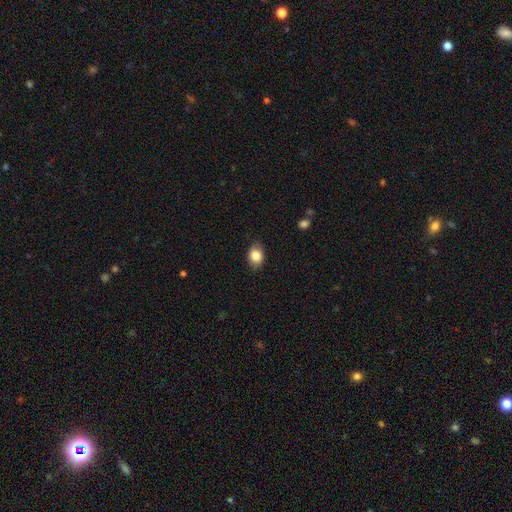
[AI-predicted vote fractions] The model was most divided on "how rounded": in between: 66%, round: 32%, cigar-shaped: 1%. More confident: smooth or featured — smooth (84%); merging — none (82%).